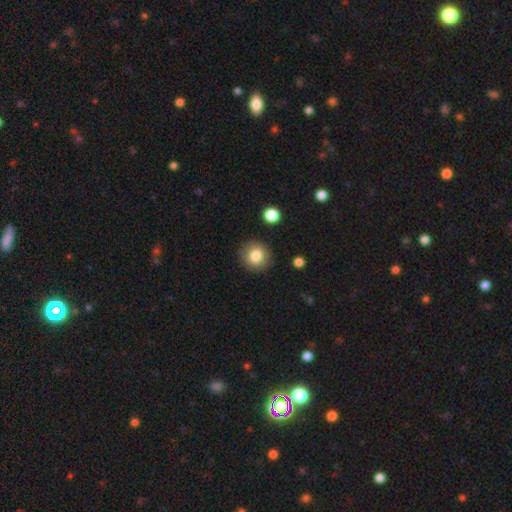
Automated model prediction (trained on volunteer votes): Smooth or featured? Predicted: smooth (p=0.82). How rounded? Predicted: round (p=0.90). Merging? Predicted: none (p=0.88).